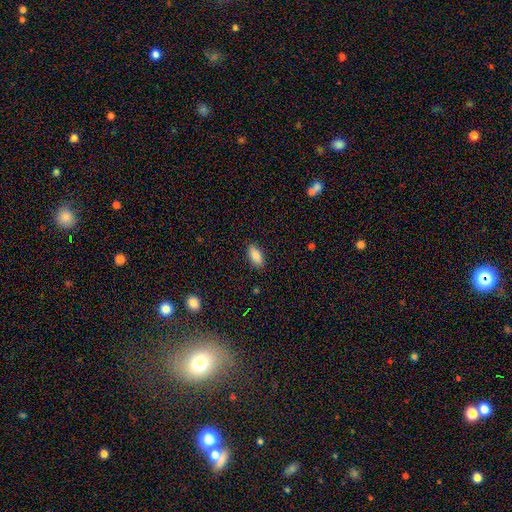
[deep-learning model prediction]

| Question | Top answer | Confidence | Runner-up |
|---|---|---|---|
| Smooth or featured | smooth | 88% | star or artifact (7%) |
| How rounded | in between | 90% | cigar-shaped (7%) |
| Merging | none | 87% | minor disturbance (10%) |